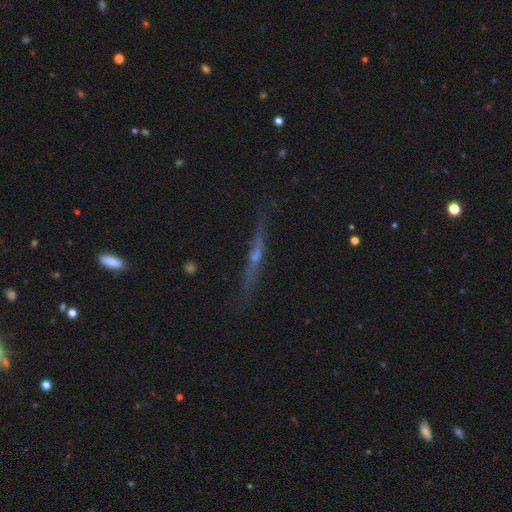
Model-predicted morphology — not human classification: This is likely a featured or disk galaxy (66%). It is clearly viewed edge-on (91%). Edge-on bulge: likely rounded (67%). Merging: likely none (77%).